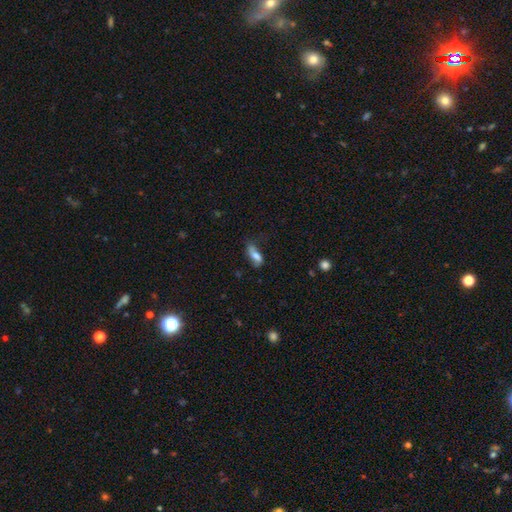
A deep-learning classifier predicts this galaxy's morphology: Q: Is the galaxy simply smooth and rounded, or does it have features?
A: smooth — 64%.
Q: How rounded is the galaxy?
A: in between — 74%.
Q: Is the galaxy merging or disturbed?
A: none — 48%.